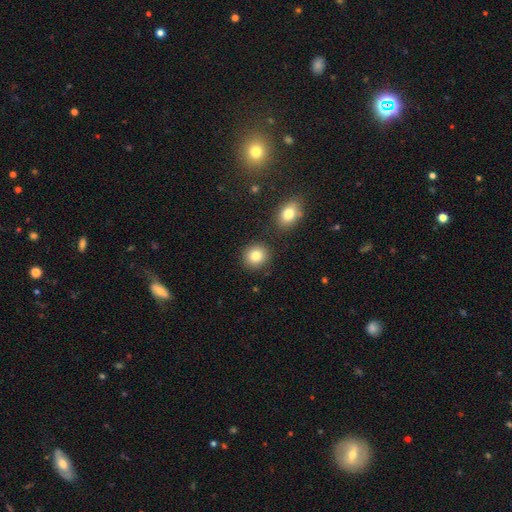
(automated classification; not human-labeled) smooth 83%, star or artifact 9%, featured or disk 7%. Down the decision tree: how rounded — round (83%); merging — none (85%).